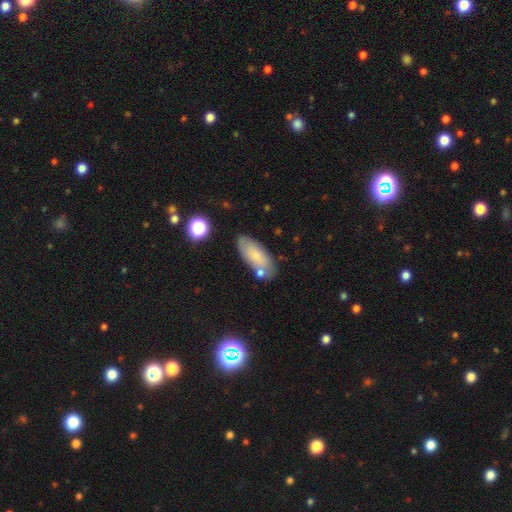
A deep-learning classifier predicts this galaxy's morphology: A smooth galaxy with no disk features (72%) that is in between round and cigar-shaped (81%).

Vote fractions:
- Smooth or featured? smooth: 72% / featured or disk: 21% / star or artifact: 8%
- How rounded? in between: 81% / cigar-shaped: 16% / round: 2%
- Merging? none: 70% / minor disturbance: 17% / merger: 9% / major disturbance: 4%